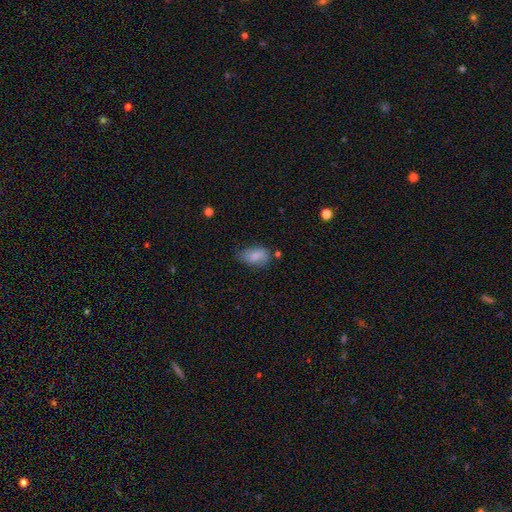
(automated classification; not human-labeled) This appears to be a smooth galaxy with no disk features (80%) that is in between round and cigar-shaped (89%). Merging: none (56%).